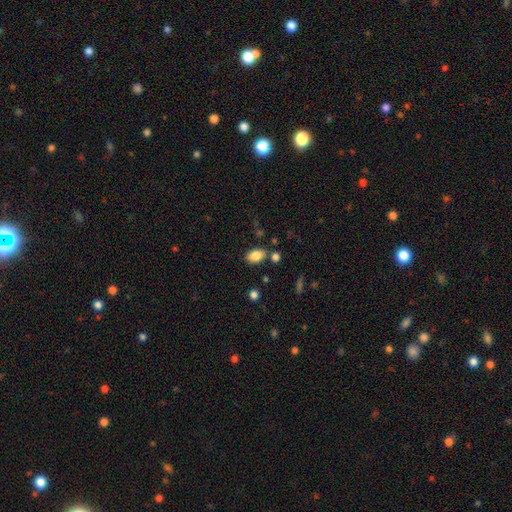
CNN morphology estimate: Q: Smooth or featured?
A: smooth (85%); runner-up: star or artifact (8%)
Q: How rounded?
A: in between (91%); runner-up: round (7%)
Q: Merging?
A: none (78%); runner-up: minor disturbance (12%)